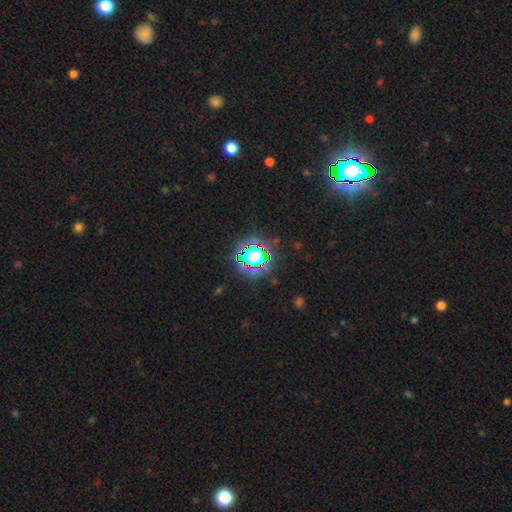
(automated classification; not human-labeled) smooth_or_featured: star or artifact (p=0.64) [alt: smooth p=0.25]